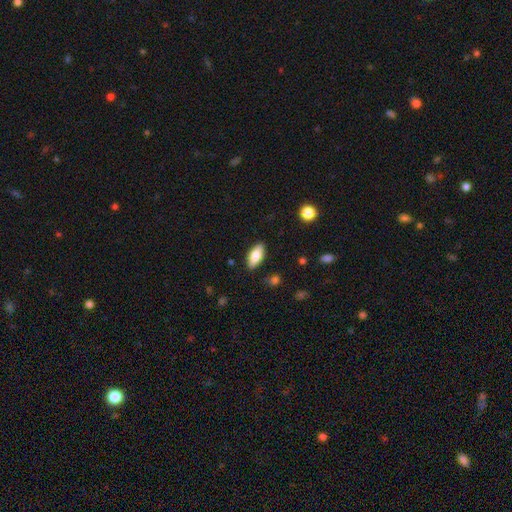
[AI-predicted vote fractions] This is likely a smooth galaxy (77%). How rounded: clearly in between (84%). Merging: clearly none (85%).